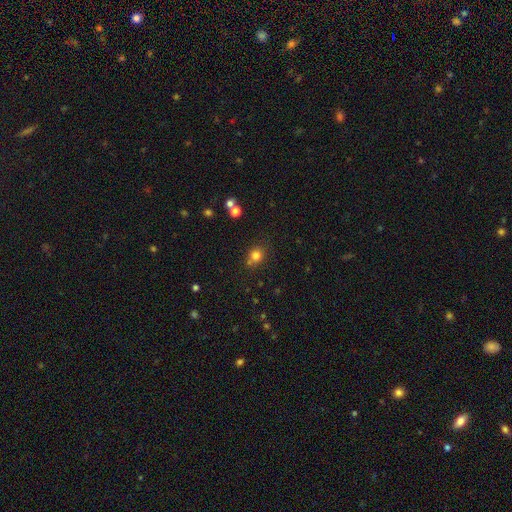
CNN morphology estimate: Overall: smooth (80%). How rounded: round (77%). Merging: none (68%).